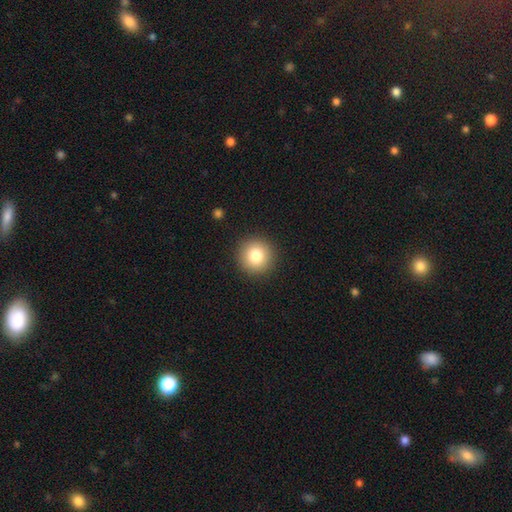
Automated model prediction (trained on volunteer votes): This appears to be a smooth galaxy with no disk features (82%) that is round (95%). Merging: none (92%).